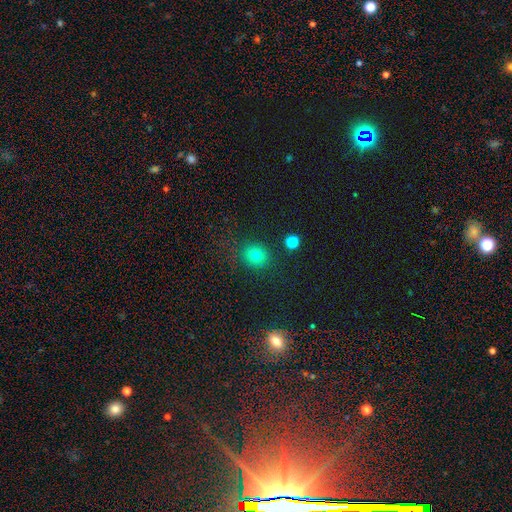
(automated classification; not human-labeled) smooth-or-featured: smooth: 77% | star or artifact: 15% | featured or disk: 7%
  how-rounded: round: 78% | in between: 21% | cigar-shaped: 1%
  merging: none: 85% | minor disturbance: 9% | major disturbance: 3% | merger: 3%